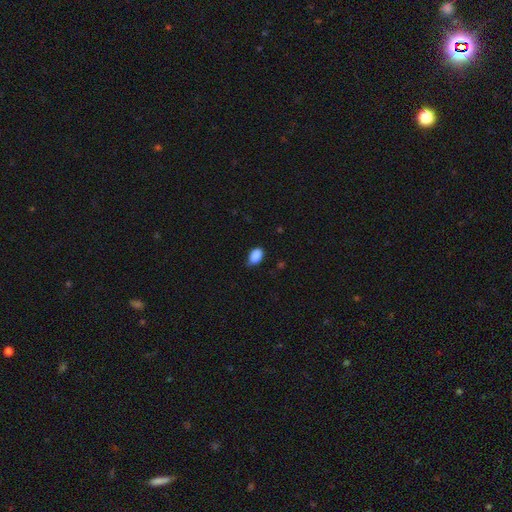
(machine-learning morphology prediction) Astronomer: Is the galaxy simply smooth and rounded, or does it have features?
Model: smooth — 89%.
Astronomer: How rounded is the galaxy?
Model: in between — 89%.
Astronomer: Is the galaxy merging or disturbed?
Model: none — 70%.